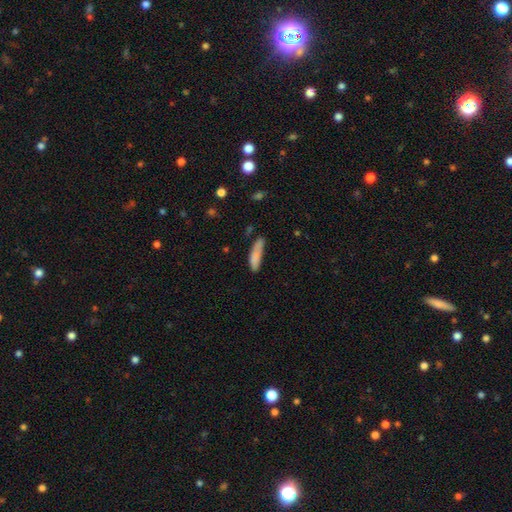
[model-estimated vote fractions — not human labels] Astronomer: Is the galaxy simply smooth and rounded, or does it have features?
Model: smooth — 83%.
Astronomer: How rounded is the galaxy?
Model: cigar-shaped — 76%.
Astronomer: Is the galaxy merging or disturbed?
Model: none — 60%.